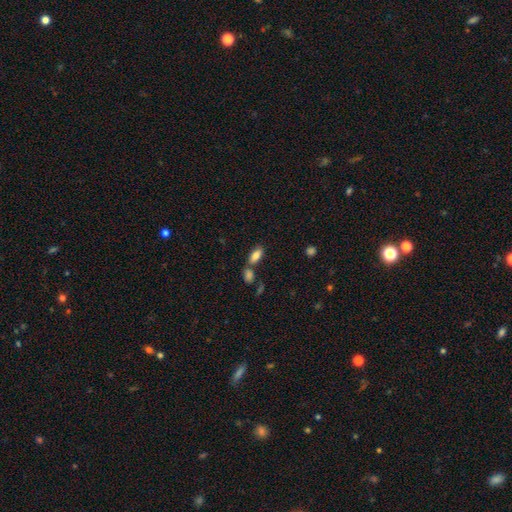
A smooth galaxy with no disk features (85%) that is in between round and cigar-shaped (79%). Merging: none (61%).